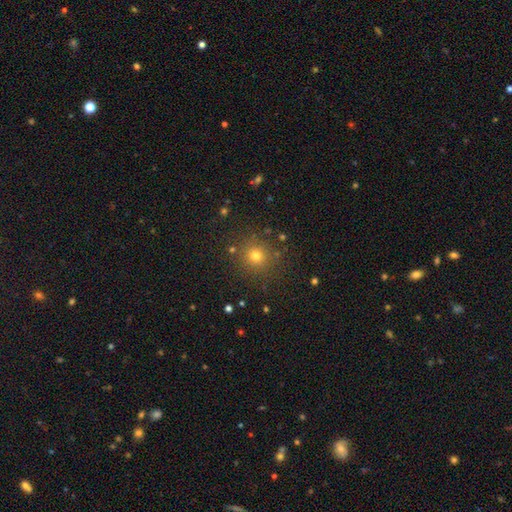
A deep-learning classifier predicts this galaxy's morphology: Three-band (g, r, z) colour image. It shows a smooth galaxy with no disk features (72%) that is round (92%). Merging: none (86%).